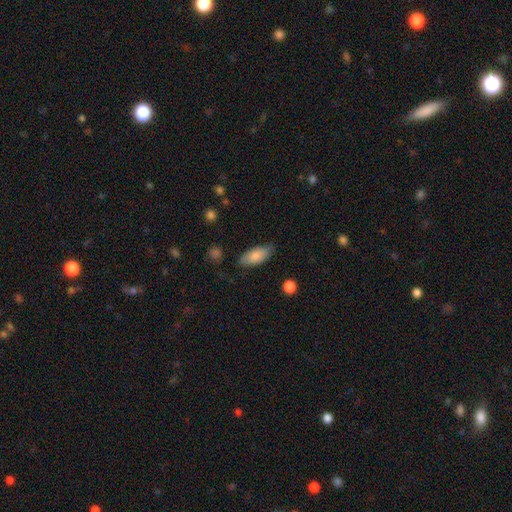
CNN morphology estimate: This appears to be a smooth galaxy with no disk features (84%) that is in between round and cigar-shaped (84%). Merging: none (80%).